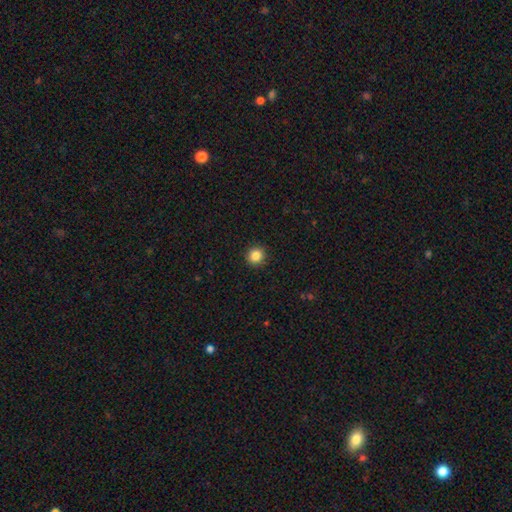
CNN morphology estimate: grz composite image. It shows a smooth galaxy with no disk features (85%) that is round (92%). Merging: none (92%).